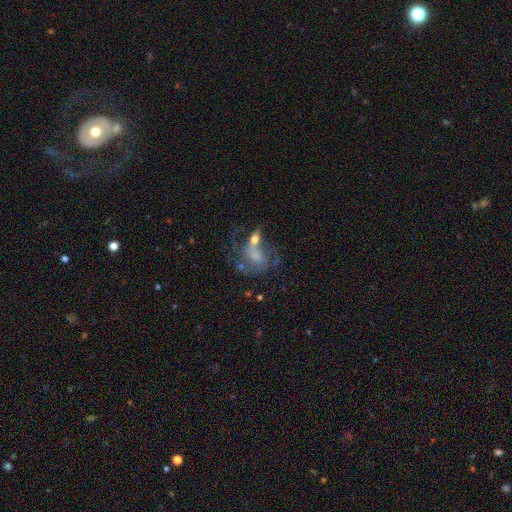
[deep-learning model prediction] smooth-or-featured: featured or disk: 58% | smooth: 27% | star or artifact: 15%
  disk-edge-on: no: 96% | yes: 4%
    bar: no: 69% | weak: 25% | strong: 6%
    has-spiral-arms: yes: 62% | no: 38%
    bulge-size: moderate: 41% | small: 34% | none: 15% | large: 8% | dominant: 2%
  merging: merger: 37% | none: 31% | major disturbance: 19% | minor disturbance: 13%